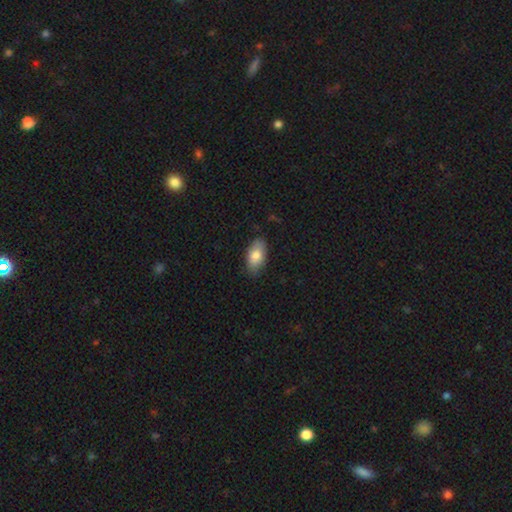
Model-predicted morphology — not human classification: Smooth or featured: smooth — 80% (featured or disk — 13%)
How rounded: in between — 93% (round — 4%)
Merging: none — 81% (minor disturbance — 15%)